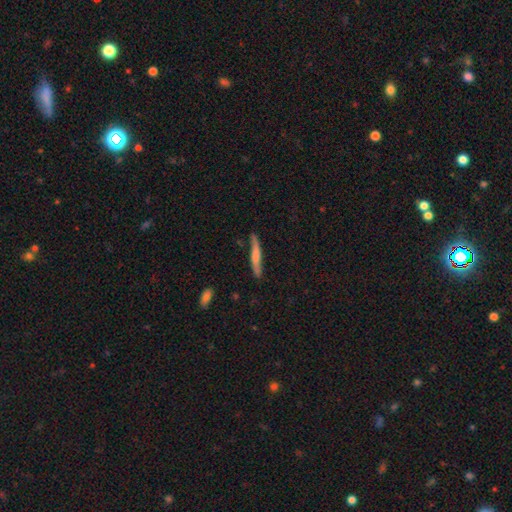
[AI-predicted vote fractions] Morphology: type=smooth (58%); roundness=cigar-shaped (93%); merging=none (75%).